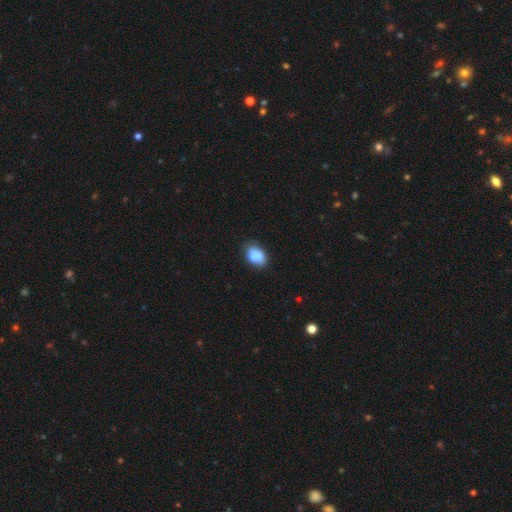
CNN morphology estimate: A smooth galaxy with no disk features (81%) that is in between round and cigar-shaped (81%). Merging: none (60%).